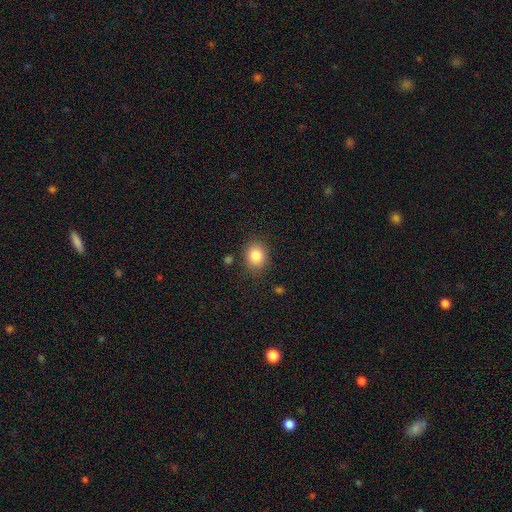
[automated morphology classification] Smooth or featured? smooth (84%)
How rounded? round (63%)
Merging? none (84%)